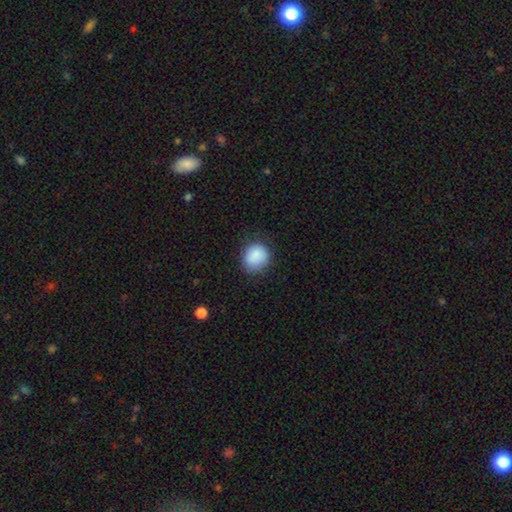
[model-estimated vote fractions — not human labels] Morphology: type=smooth (88%); roundness=round (77%); merging=none (78%).